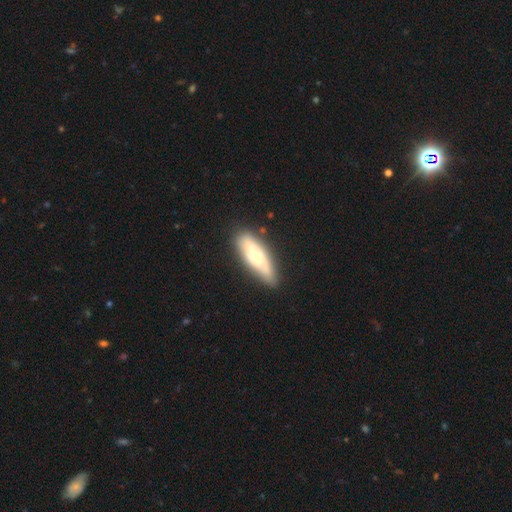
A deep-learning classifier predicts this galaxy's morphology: smooth_or_featured: smooth (p=0.52) [alt: featured or disk p=0.42]
how_rounded: in between (p=0.50) [alt: cigar-shaped p=0.48]
merging: none (p=0.72) [alt: minor disturbance p=0.20]